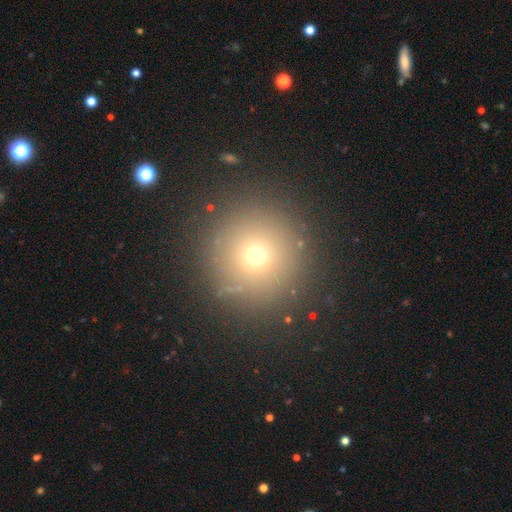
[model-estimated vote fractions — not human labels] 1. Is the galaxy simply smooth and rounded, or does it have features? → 68% smooth, 22% star or artifact, 10% featured or disk.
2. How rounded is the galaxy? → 96% round, 3% in between, 1% cigar-shaped.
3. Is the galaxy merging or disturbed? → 88% none, 7% minor disturbance, 3% major disturbance, 2% merger.